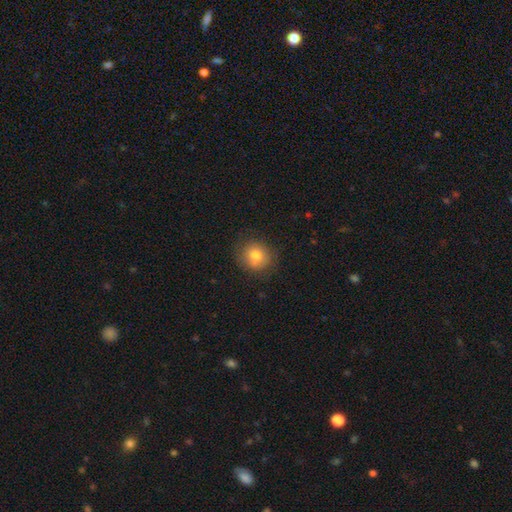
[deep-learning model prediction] Morphology: type=smooth (78%); roundness=round (82%); merging=none (76%).